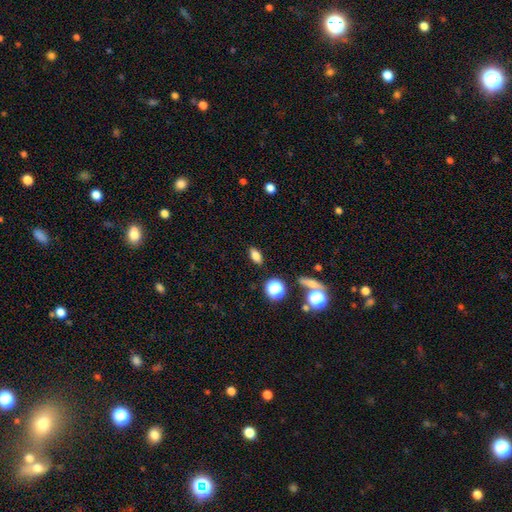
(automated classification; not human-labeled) smooth_or_featured: smooth (p=0.77) [alt: star or artifact p=0.13]
how_rounded: in between (p=0.80) [alt: cigar-shaped p=0.10]
merging: none (p=0.87) [alt: minor disturbance p=0.08]